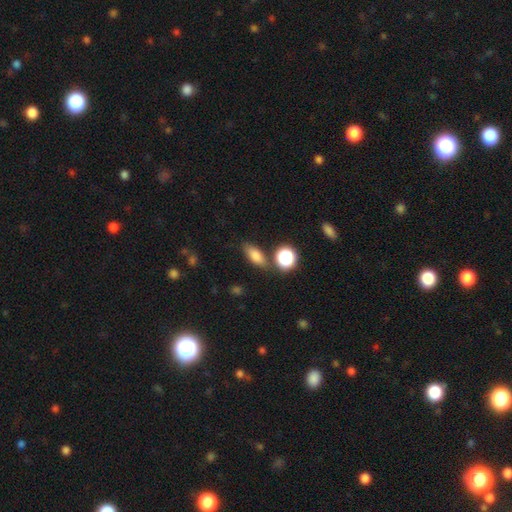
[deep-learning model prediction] Smooth or featured? smooth (78%)
How rounded? in between (73%)
Merging? none (76%)